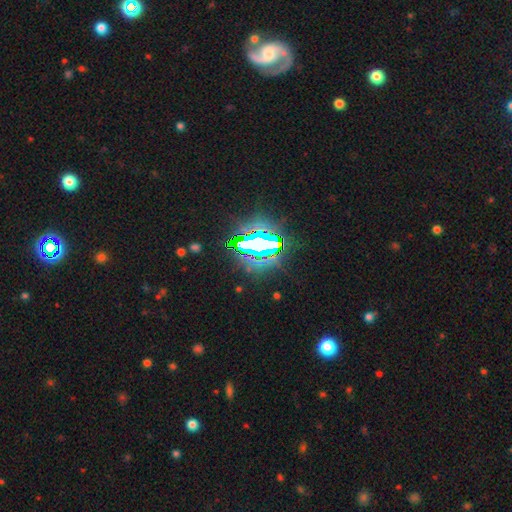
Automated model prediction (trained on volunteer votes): Smooth or featured? star or artifact (77%)